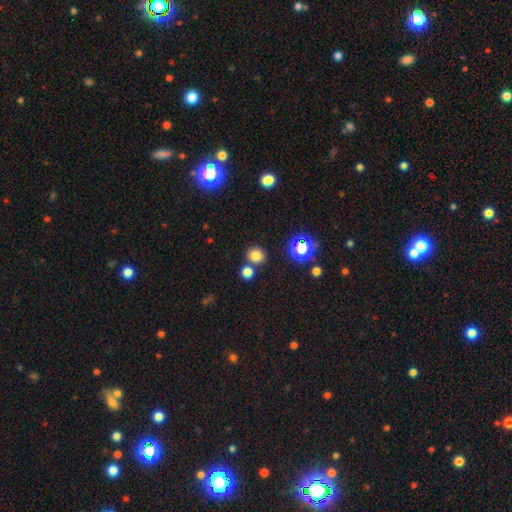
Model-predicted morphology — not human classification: A smooth galaxy with no disk features (77%) that is round (88%). Merging: none (77%).